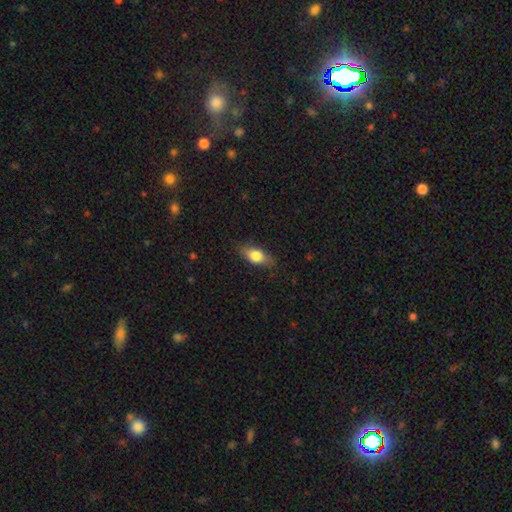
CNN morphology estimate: Smooth or featured?
  - smooth: 74% *
  - featured or disk: 19%
  - star or artifact: 7%
How rounded?
  - in between: 80% *
  - cigar-shaped: 14%
  - round: 6%
Merging?
  - none: 81% *
  - minor disturbance: 15%
  - major disturbance: 3%
  - merger: 1%